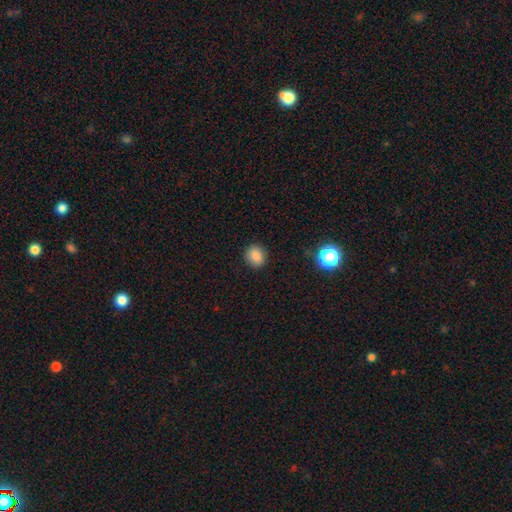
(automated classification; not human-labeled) Smooth or featured? smooth (84%)
How rounded? round (71%)
Merging? none (89%)